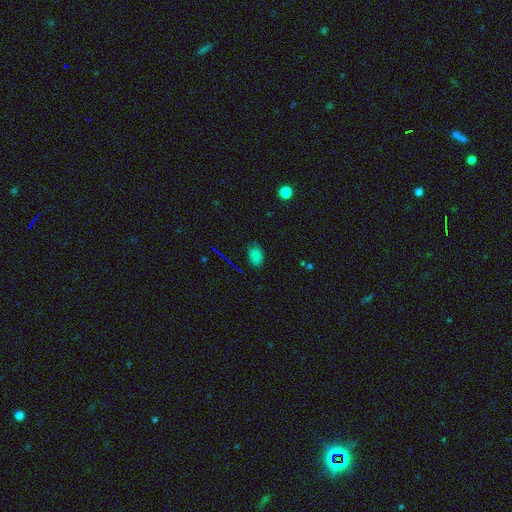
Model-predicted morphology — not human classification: Smooth or featured? smooth (74%)
How rounded? in between (81%)
Merging? none (75%)